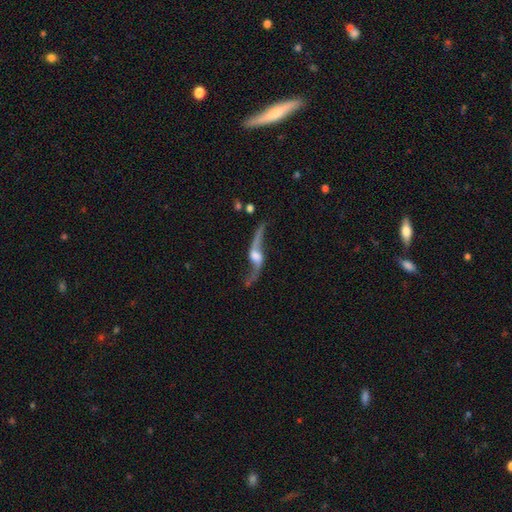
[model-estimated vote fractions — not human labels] Smooth or featured?
  - featured or disk: 87% *
  - smooth: 7%
  - star or artifact: 6%
Edge-on disk?
  - no: 79% *
  - yes: 21%
Bar?
  - no: 47% *
  - weak: 38%
  - strong: 15%
Spiral arms?
  - yes: 94% *
  - no: 6%
Spiral winding?
  - loose: 95% *
  - medium: 4%
  - tight: 2%
Spiral arm count?
  - 2: 93% *
  - 1: 2%
  - can't tell: 1%
  - 3: 1%
  - 4: 1%
  - more than 4: 1%
Bulge size?
  - moderate: 40% *
  - large: 25%
  - small: 19%
  - none: 10%
  - dominant: 5%
Merging?
  - none: 64% *
  - minor disturbance: 16%
  - major disturbance: 13%
  - merger: 7%